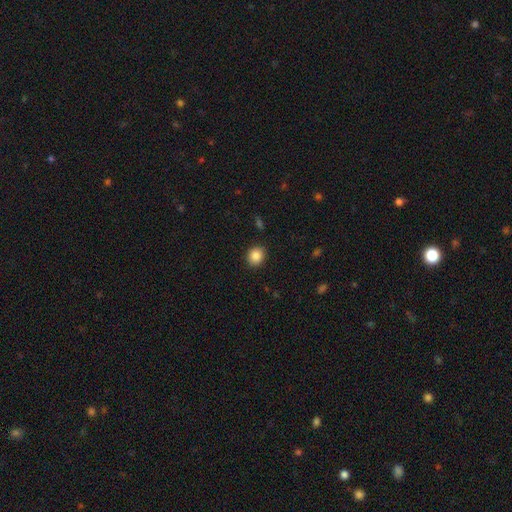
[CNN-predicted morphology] A smooth galaxy with no disk features (87%) that is round (73%).

Vote fractions:
- Smooth or featured? smooth: 87% / star or artifact: 9% / featured or disk: 4%
- How rounded? round: 73% / in between: 26% / cigar-shaped: 1%
- Merging? none: 90% / minor disturbance: 7% / major disturbance: 2% / merger: 1%